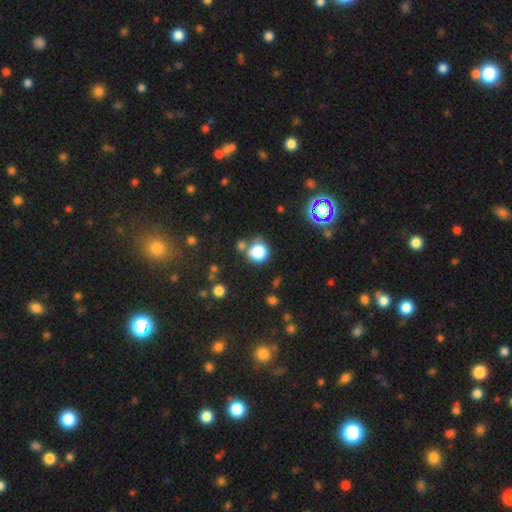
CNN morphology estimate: Overall: smooth (58%; star or artifact 36%). How rounded: round (90%). Merging: none (82%).